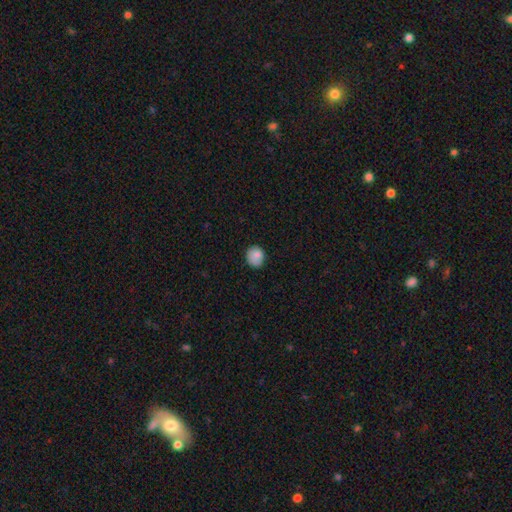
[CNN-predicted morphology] Smooth or featured? smooth (83%)
How rounded? round (70%)
Merging? none (70%)